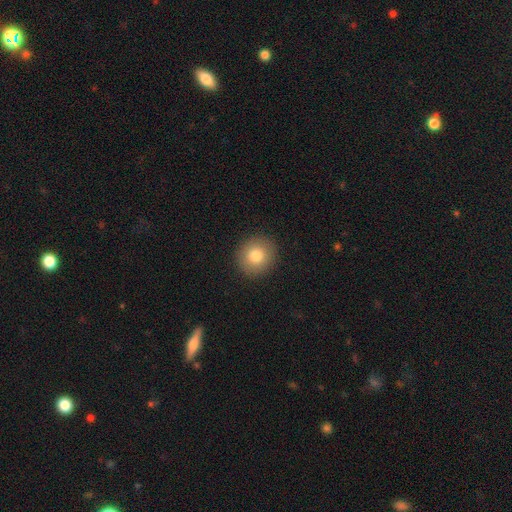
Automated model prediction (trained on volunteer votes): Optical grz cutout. It shows a smooth galaxy with no disk features (80%) that is round (89%). Merging: none (91%).